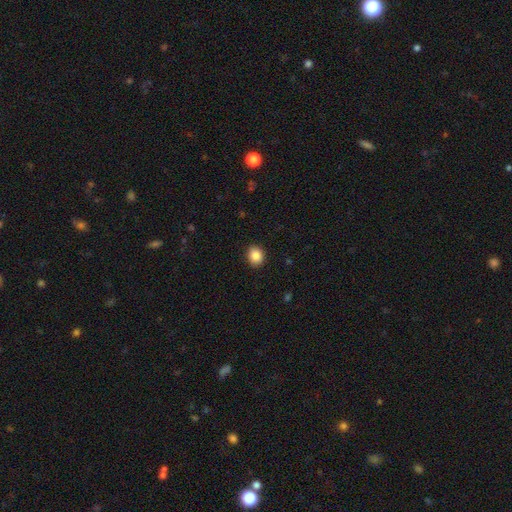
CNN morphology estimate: This appears to be a smooth galaxy with no disk features (87%) that is round (62%). Merging: none (90%).